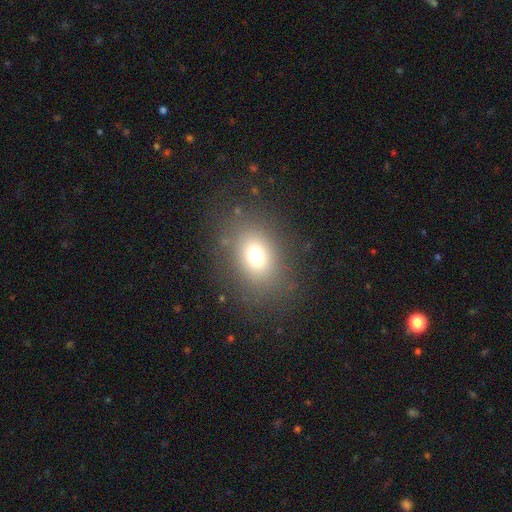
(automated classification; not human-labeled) Smooth or featured: smooth — 71% (star or artifact — 17%)
How rounded: in between — 56% (round — 43%)
Merging: none — 80% (minor disturbance — 11%)